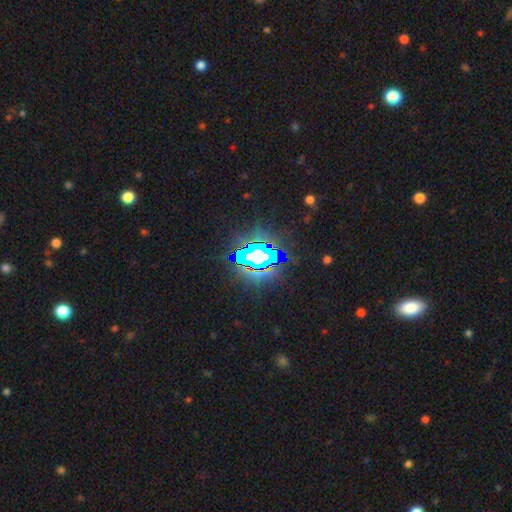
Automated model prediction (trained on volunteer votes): smooth_or_featured: star or artifact (p=0.77) [alt: smooth p=0.12]